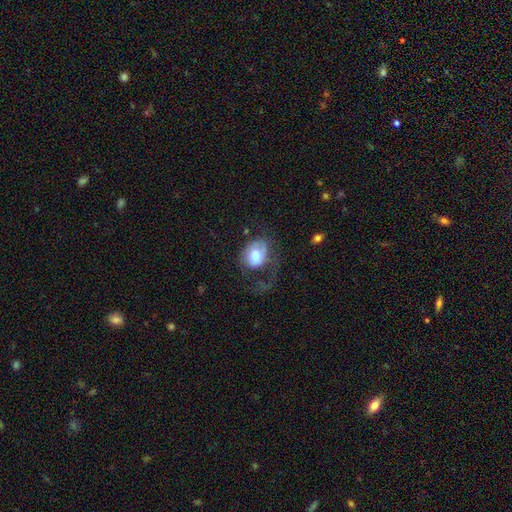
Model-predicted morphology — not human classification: A smooth galaxy with no disk features (61%) that is in between round and cigar-shaped (59%).

Vote fractions:
- Smooth or featured? smooth: 61% / featured or disk: 32% / star or artifact: 7%
- How rounded? in between: 59% / round: 40% / cigar-shaped: 1%
- Merging? major disturbance: 47% / none: 29% / minor disturbance: 21% / merger: 3%